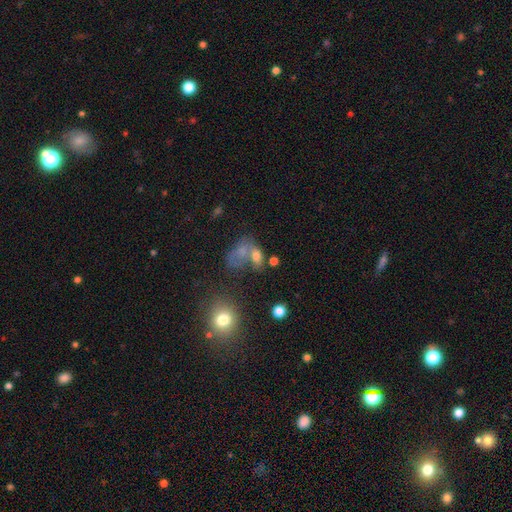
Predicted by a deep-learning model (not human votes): Overall: smooth (64%). How rounded: in between (76%). Merging: merger (48%; none 25%).